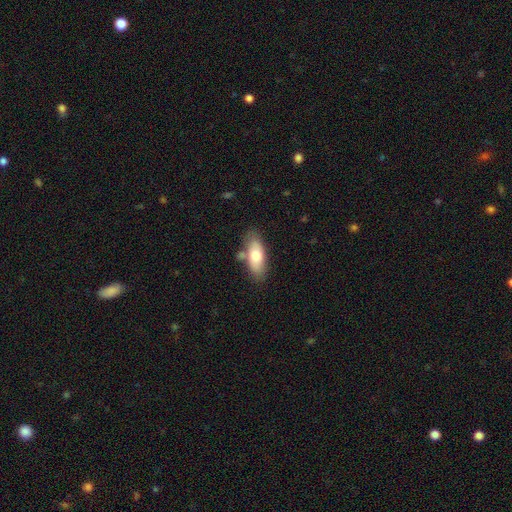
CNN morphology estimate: smooth_or_featured: smooth (p=0.69) [alt: featured or disk p=0.24]
how_rounded: in between (p=0.80) [alt: cigar-shaped p=0.17]
merging: none (p=0.70) [alt: minor disturbance p=0.16]